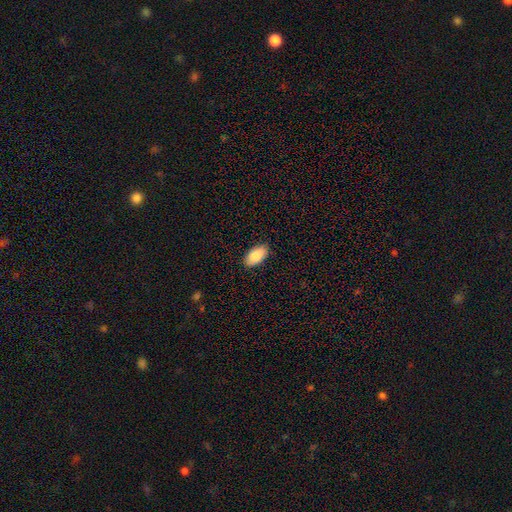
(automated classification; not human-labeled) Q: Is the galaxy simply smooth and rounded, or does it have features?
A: smooth — 84%.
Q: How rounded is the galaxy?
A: in between — 95%.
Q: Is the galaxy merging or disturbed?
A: none — 89%.